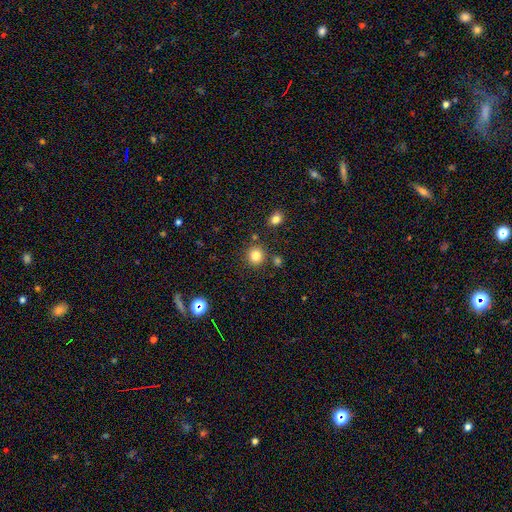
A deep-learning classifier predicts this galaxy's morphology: The model was most divided on "smooth or featured": smooth: 83%, star or artifact: 12%, featured or disk: 5%. More confident: how rounded — round (91%); merging — none (85%).